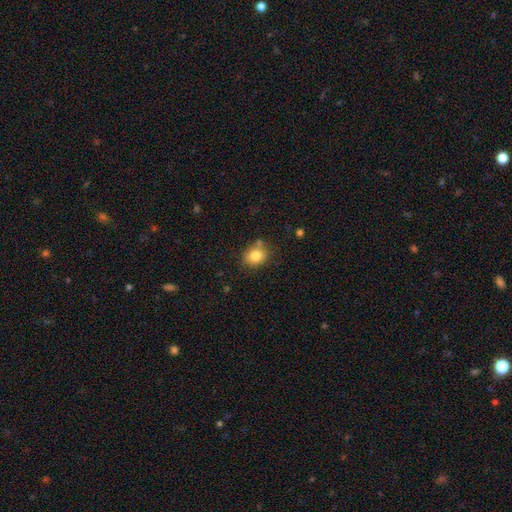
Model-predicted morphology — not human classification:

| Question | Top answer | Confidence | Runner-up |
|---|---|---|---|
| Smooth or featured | smooth | 82% | star or artifact (10%) |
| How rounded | round | 59% | in between (40%) |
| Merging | none | 73% | minor disturbance (15%) |